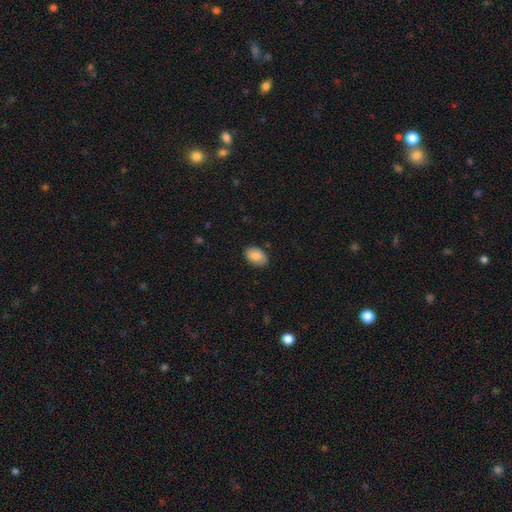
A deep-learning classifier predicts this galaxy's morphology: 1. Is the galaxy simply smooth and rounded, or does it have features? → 84% smooth, 9% featured or disk, 7% star or artifact.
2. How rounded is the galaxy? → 88% in between, 11% round, 1% cigar-shaped.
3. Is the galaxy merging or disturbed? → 85% none, 12% minor disturbance, 2% major disturbance, 1% merger.